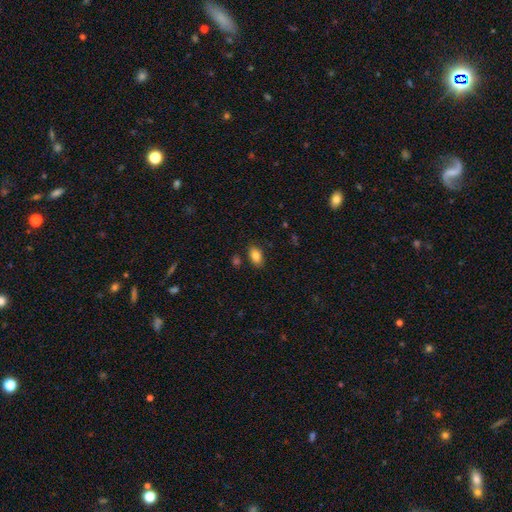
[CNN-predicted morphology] This is clearly a smooth galaxy (82%). How rounded: clearly in between (88%). Merging: clearly none (83%).